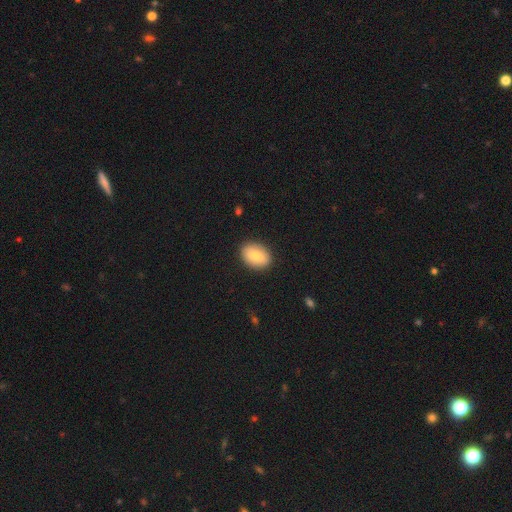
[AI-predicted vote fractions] smooth 81%, featured or disk 12%, star or artifact 7%. Down the decision tree: how rounded — in between (81%); merging — none (89%).